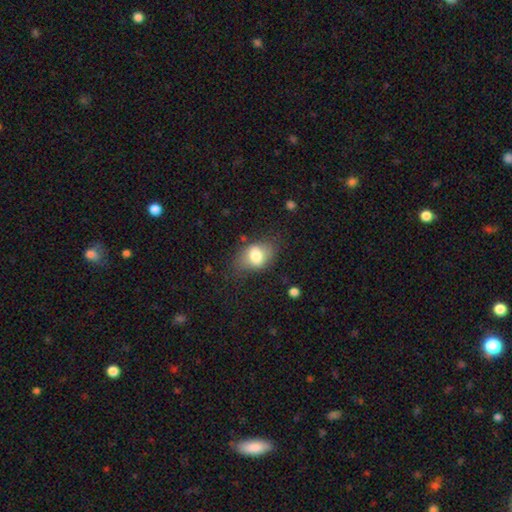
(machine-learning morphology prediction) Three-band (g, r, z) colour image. It shows a smooth galaxy with no disk features (74%) that is in between round and cigar-shaped (73%). Merging: none (65%).